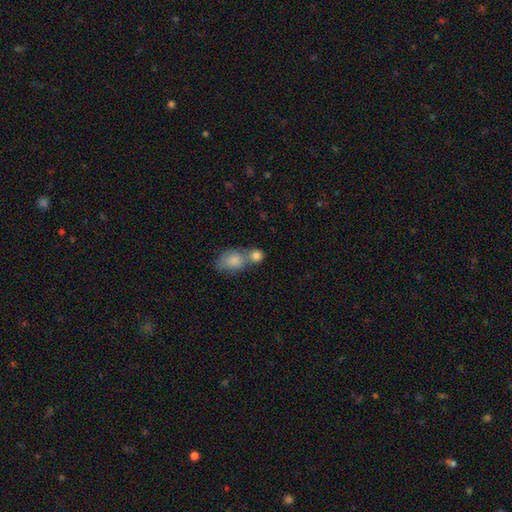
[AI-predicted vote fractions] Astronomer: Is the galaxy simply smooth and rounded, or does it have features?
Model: smooth — 82%.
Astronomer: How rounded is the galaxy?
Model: round — 67%.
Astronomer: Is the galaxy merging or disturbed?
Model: merger — 57%.